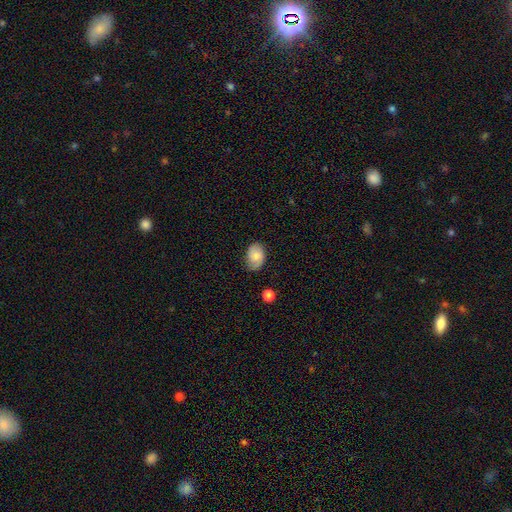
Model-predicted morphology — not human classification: Smooth or featured? smooth (72%)
How rounded? in between (79%)
Merging? none (69%)